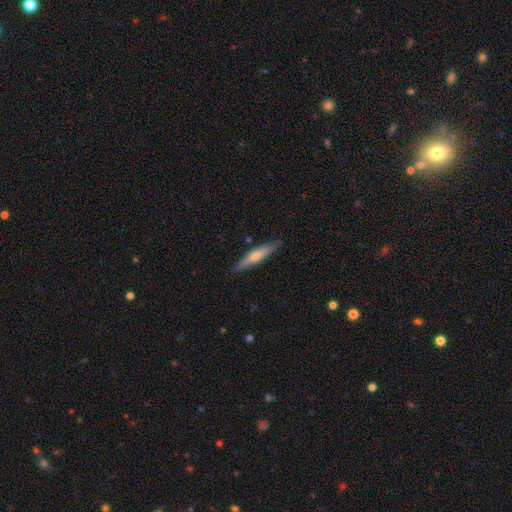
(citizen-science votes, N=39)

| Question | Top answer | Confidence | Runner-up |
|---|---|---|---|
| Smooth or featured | featured or disk | 62% | smooth (36%) |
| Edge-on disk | yes | 96% | no (4%) |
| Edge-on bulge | rounded | 96% | none (4%) |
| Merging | none | 92% | minor disturbance (5%) |